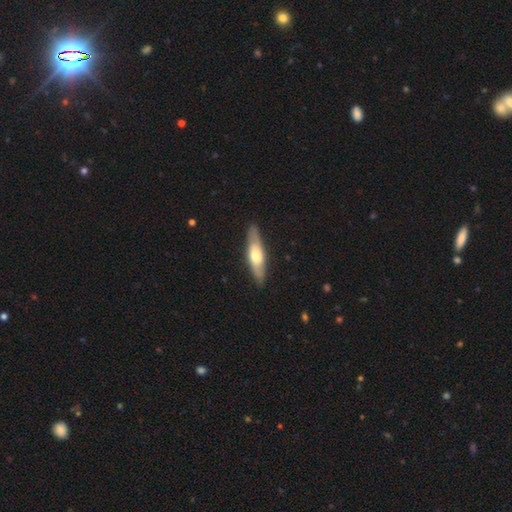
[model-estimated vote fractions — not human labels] Smooth or featured?
  - smooth: 49% *
  - featured or disk: 46%
  - star or artifact: 5%
Merging?
  - none: 87% *
  - minor disturbance: 10%
  - major disturbance: 2%
  - merger: 1%